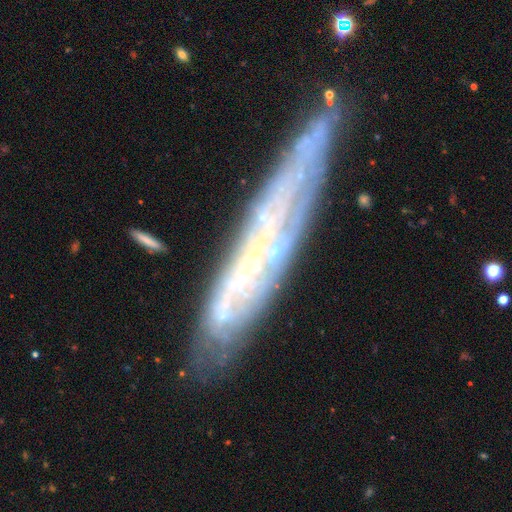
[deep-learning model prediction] featured or disk 71%, smooth 20%, star or artifact 9%. Down the decision tree: edge-on disk — yes (61%); merging — none (73%).